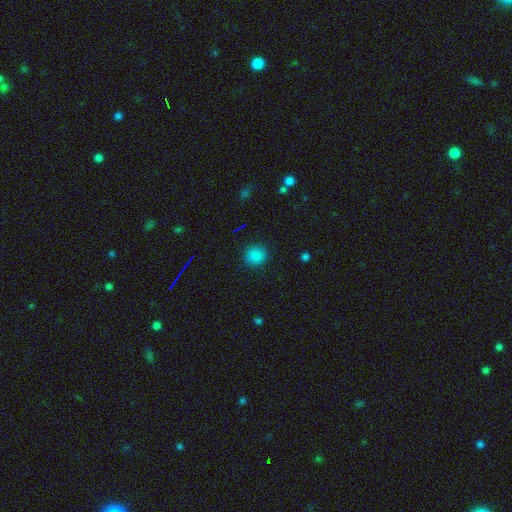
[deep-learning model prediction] This is clearly a smooth galaxy (83%). How rounded: clearly round (85%). Merging: clearly none (88%).